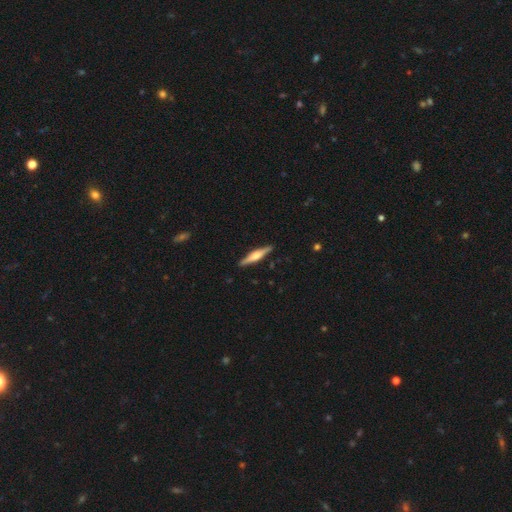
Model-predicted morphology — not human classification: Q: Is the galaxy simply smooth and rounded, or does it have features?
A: featured or disk — 66%.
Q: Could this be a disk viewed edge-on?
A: yes — 97%.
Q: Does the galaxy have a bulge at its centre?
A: rounded — 85%.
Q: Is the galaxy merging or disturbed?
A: none — 91%.